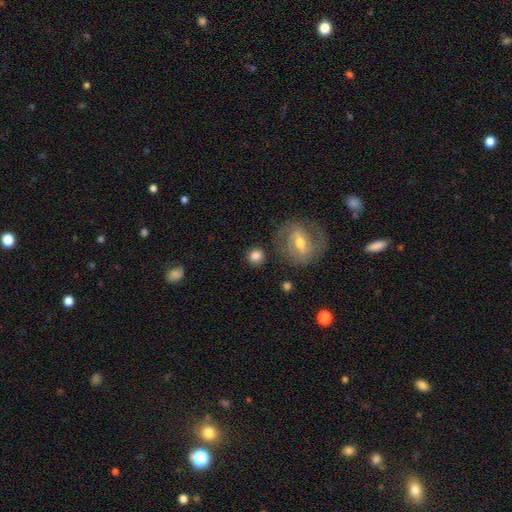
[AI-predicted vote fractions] This appears to be a smooth galaxy with no disk features (77%) that is round (87%). Merging: none (82%).